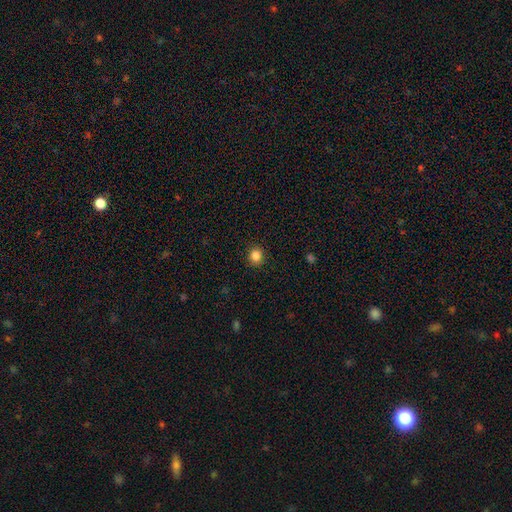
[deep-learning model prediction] smooth-or-featured: smooth: 85% | star or artifact: 11% | featured or disk: 4%
  how-rounded: round: 87% | in between: 12% | cigar-shaped: 1%
  merging: none: 91% | minor disturbance: 6% | major disturbance: 2% | merger: 1%